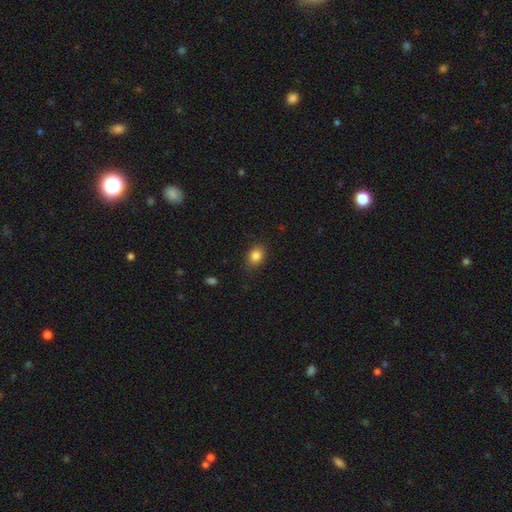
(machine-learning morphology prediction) Smooth or featured?
  - smooth: 84% *
  - star or artifact: 10%
  - featured or disk: 6%
How rounded?
  - in between: 51% *
  - round: 48%
  - cigar-shaped: 1%
Merging?
  - none: 85% *
  - minor disturbance: 11%
  - major disturbance: 3%
  - merger: 1%